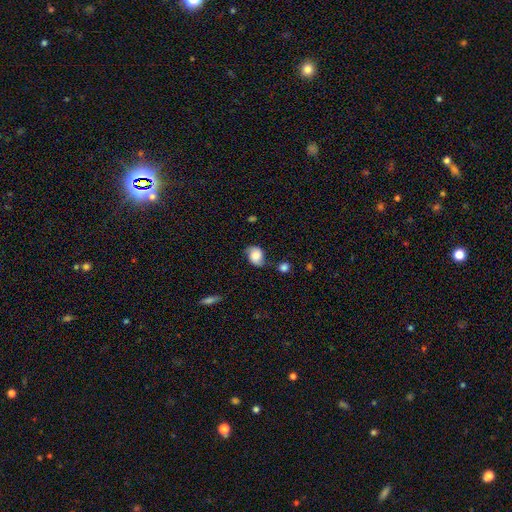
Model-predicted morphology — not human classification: type=smooth (59%); roundness=in between (59%); merging=none (55%).